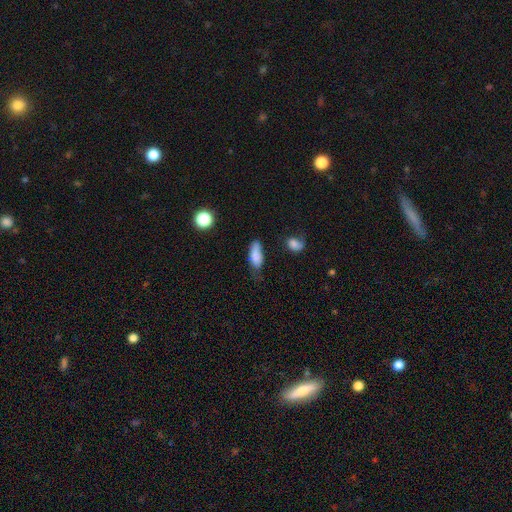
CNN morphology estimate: Smooth or featured?
  - smooth: 78% *
  - featured or disk: 14%
  - star or artifact: 8%
How rounded?
  - in between: 80% *
  - cigar-shaped: 16%
  - round: 4%
Merging?
  - none: 45% *
  - minor disturbance: 37%
  - major disturbance: 13%
  - merger: 5%